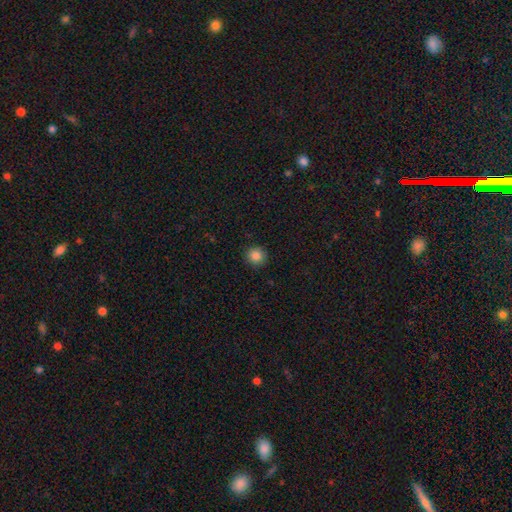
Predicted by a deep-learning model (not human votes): Smooth or featured? Predicted: smooth (p=0.85). How rounded? Predicted: round (p=0.93). Merging? Predicted: none (p=0.91).